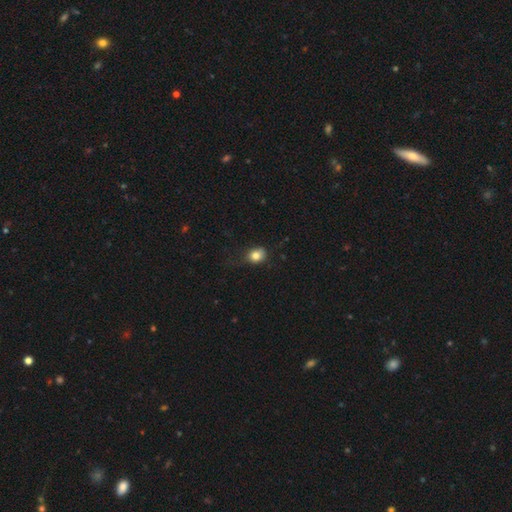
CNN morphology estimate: type=smooth (81%); roundness=round (54%); merging=none (57%).